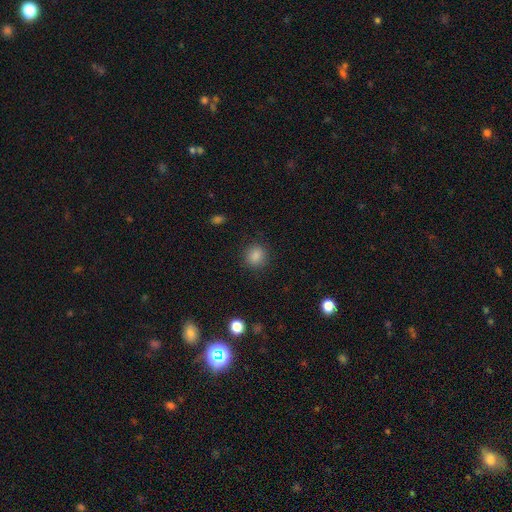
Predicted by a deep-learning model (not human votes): smooth-or-featured: smooth: 86% | star or artifact: 11% | featured or disk: 3%
  how-rounded: round: 78% | in between: 21% | cigar-shaped: 1%
  merging: none: 88% | minor disturbance: 8% | major disturbance: 3% | merger: 1%